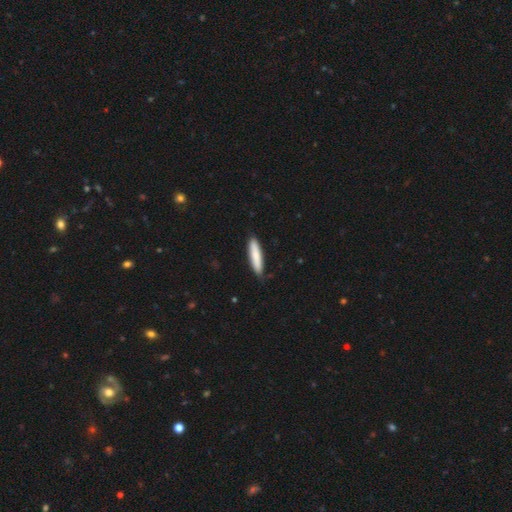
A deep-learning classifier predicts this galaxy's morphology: Smooth or featured?
  - smooth: 80% *
  - featured or disk: 15%
  - star or artifact: 5%
How rounded?
  - cigar-shaped: 83% *
  - in between: 16%
  - round: 1%
Merging?
  - none: 84% *
  - minor disturbance: 13%
  - major disturbance: 2%
  - merger: 1%